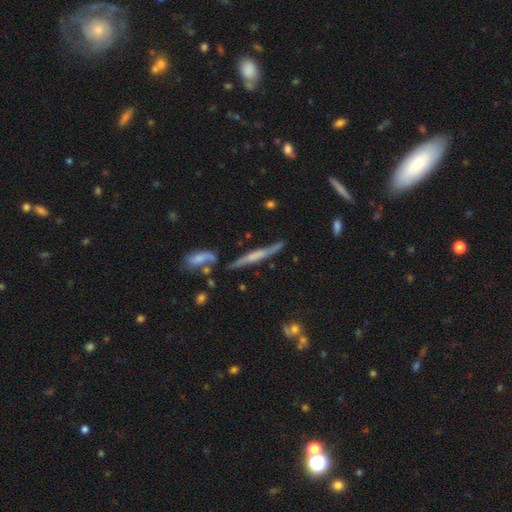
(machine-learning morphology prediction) smooth_or_featured: featured or disk (p=0.61) [alt: smooth p=0.31]
disk_edge_on: yes (p=0.91) [alt: no p=0.09]
edge_on_bulge: none (p=0.37) [alt: rounded p=0.35]
merging: none (p=0.72) [alt: minor disturbance p=0.17]